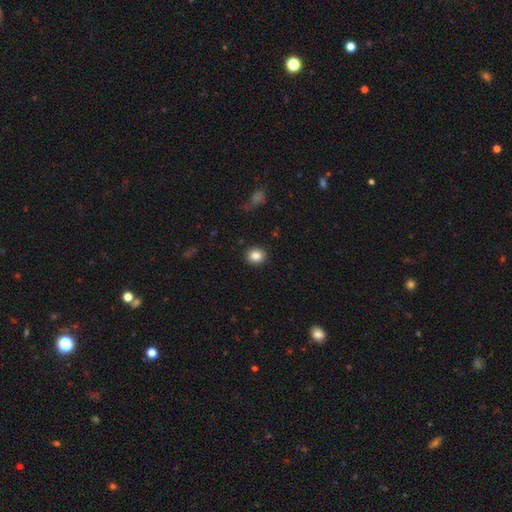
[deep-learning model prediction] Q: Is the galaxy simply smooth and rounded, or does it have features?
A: smooth — 85%.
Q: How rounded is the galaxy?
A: round — 84%.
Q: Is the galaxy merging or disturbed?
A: none — 91%.